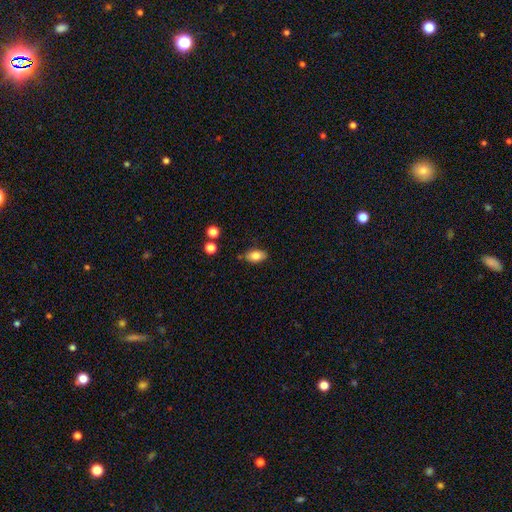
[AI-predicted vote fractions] smooth_or_featured: smooth (p=0.82) [alt: featured or disk p=0.10]
how_rounded: in between (p=0.90) [alt: round p=0.07]
merging: none (p=0.78) [alt: minor disturbance p=0.16]